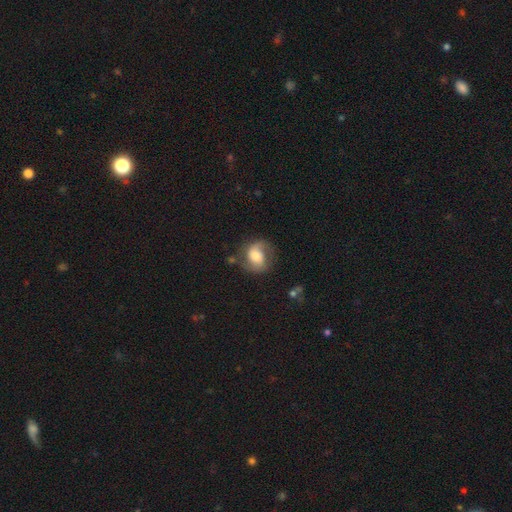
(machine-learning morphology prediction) Smooth or featured: featured or disk — 55% (smooth — 37%)
Edge-on disk: no — 97% (yes — 3%)
Bar: no — 54% (weak — 35%)
Spiral arms: yes — 85% (no — 15%)
Bulge size: moderate — 42% (large — 33%)
Merging: none — 59% (minor disturbance — 23%)